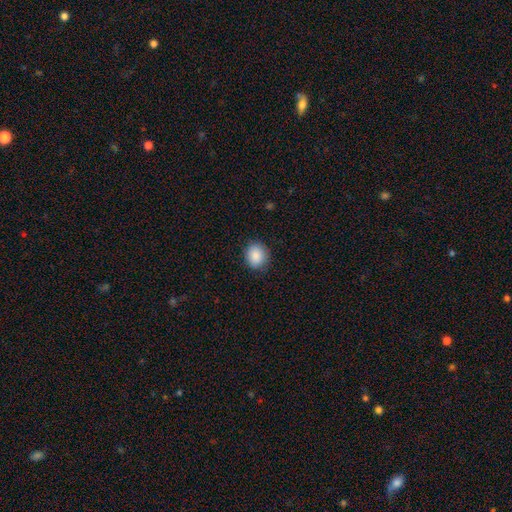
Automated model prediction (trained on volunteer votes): Smooth or featured?
  - smooth: 88% *
  - star or artifact: 8%
  - featured or disk: 4%
How rounded?
  - round: 71% *
  - in between: 28%
  - cigar-shaped: 1%
Merging?
  - none: 85% *
  - minor disturbance: 11%
  - major disturbance: 3%
  - merger: 1%